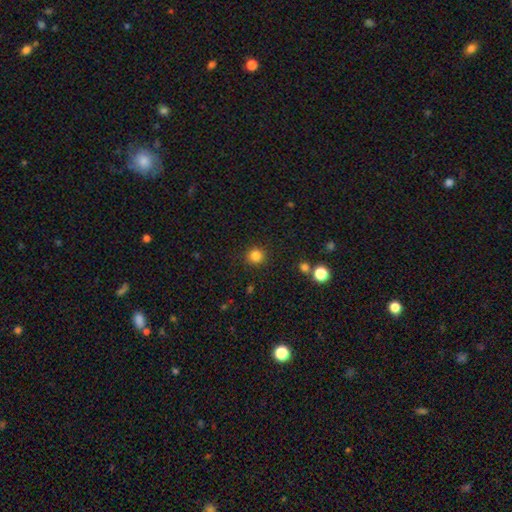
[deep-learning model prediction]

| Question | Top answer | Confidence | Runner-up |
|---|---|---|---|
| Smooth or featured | smooth | 84% | star or artifact (12%) |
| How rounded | round | 93% | in between (6%) |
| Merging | none | 91% | minor disturbance (6%) |